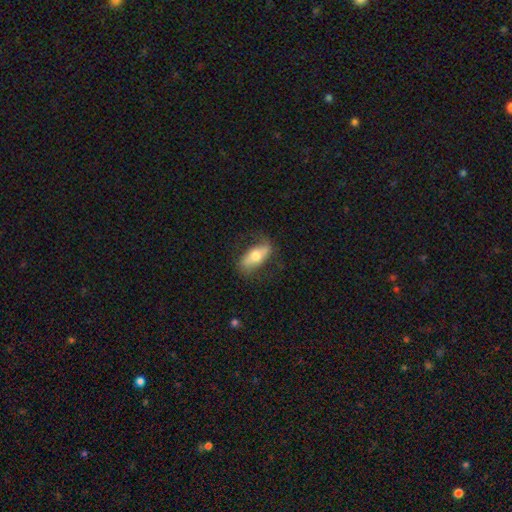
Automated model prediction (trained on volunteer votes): The model was most divided on "smooth or featured": smooth: 51%, featured or disk: 42%, star or artifact: 6%. More confident: how rounded — in between (74%); merging — none (69%).